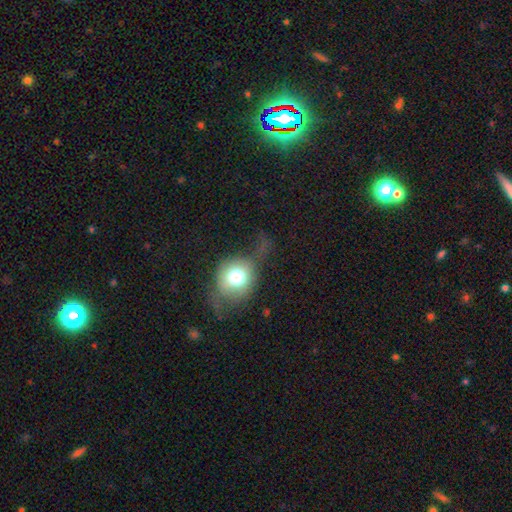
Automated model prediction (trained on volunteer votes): Morphology: type=smooth (48%); merging=none (45%).